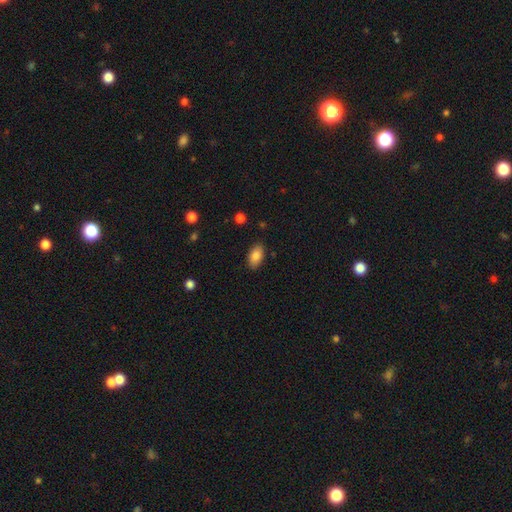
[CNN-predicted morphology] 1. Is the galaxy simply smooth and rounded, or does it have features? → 85% smooth, 8% featured or disk, 8% star or artifact.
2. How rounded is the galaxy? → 92% in between, 5% round, 3% cigar-shaped.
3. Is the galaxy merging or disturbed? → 86% none, 10% minor disturbance, 2% major disturbance, 1% merger.